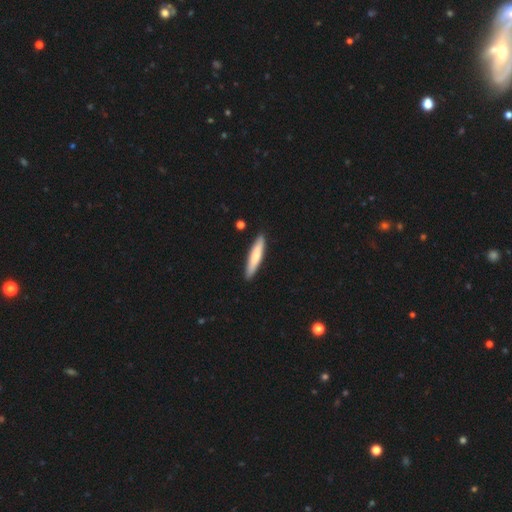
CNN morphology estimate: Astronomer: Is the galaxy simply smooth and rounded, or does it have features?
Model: smooth — 72%.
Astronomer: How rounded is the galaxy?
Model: cigar-shaped — 87%.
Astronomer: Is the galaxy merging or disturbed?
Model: none — 90%.